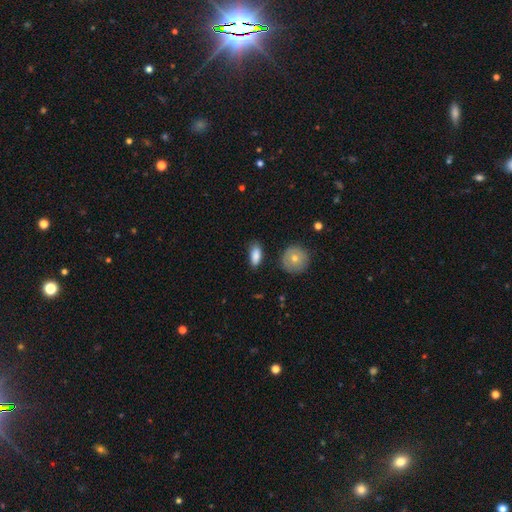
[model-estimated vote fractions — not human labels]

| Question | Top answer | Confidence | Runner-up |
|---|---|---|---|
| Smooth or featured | smooth | 85% | featured or disk (9%) |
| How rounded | in between | 85% | cigar-shaped (10%) |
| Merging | none | 79% | minor disturbance (16%) |